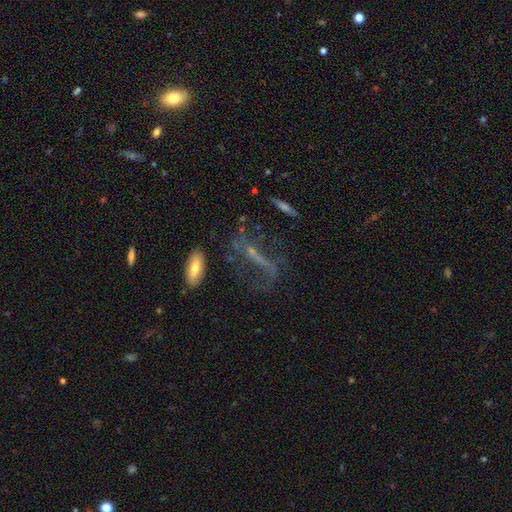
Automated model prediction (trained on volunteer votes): A featured or disk galaxy (58%). Merging: none (48%).